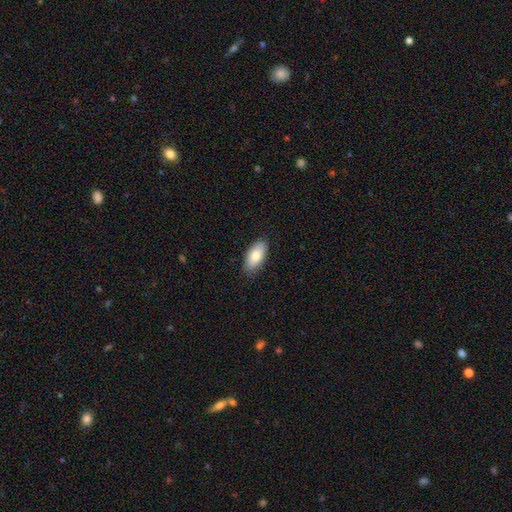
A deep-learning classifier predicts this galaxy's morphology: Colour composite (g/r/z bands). It shows a smooth galaxy with no disk features (79%) that is in between round and cigar-shaped (92%). Merging: none (86%).